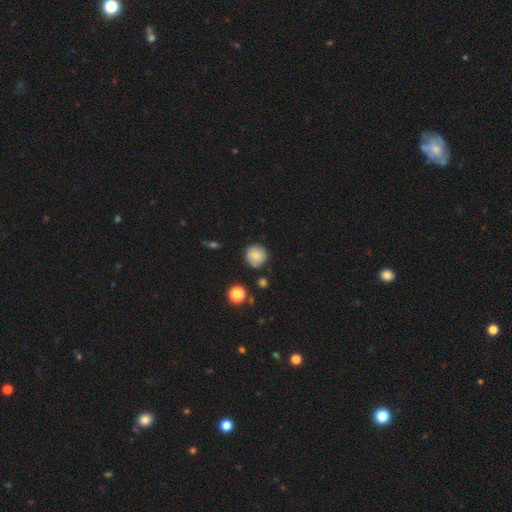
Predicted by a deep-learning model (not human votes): Smooth or featured: smooth — 74% (featured or disk — 16%)
How rounded: round — 92% (in between — 7%)
Merging: none — 80% (minor disturbance — 14%)